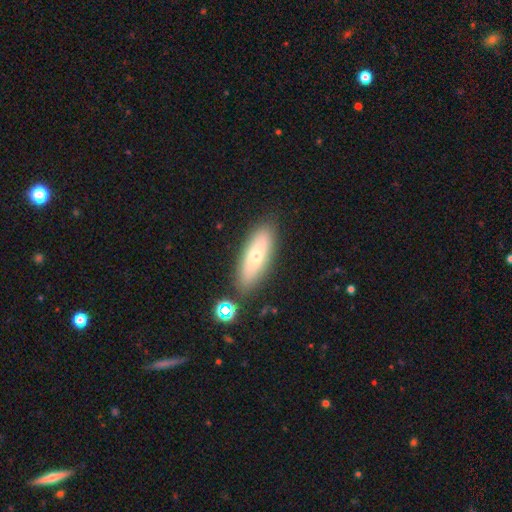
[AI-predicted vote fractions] Smooth or featured?
  - smooth: 62% *
  - featured or disk: 30%
  - star or artifact: 8%
How rounded?
  - in between: 55% *
  - cigar-shaped: 43%
  - round: 3%
Merging?
  - none: 83% *
  - minor disturbance: 11%
  - merger: 4%
  - major disturbance: 3%